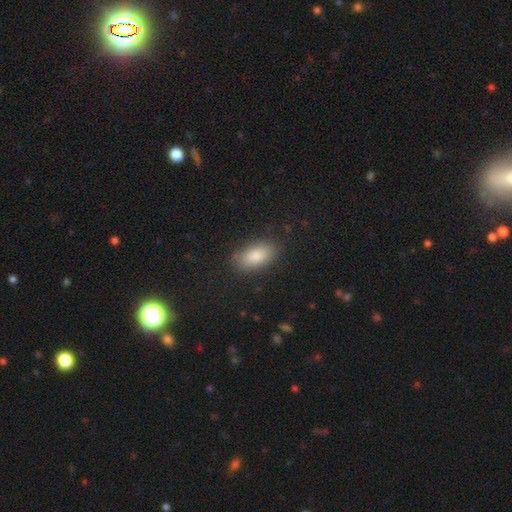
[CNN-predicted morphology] Smooth or featured?
  - smooth: 84% *
  - star or artifact: 8%
  - featured or disk: 8%
How rounded?
  - in between: 90% *
  - cigar-shaped: 6%
  - round: 4%
Merging?
  - none: 85% *
  - minor disturbance: 11%
  - major disturbance: 3%
  - merger: 1%